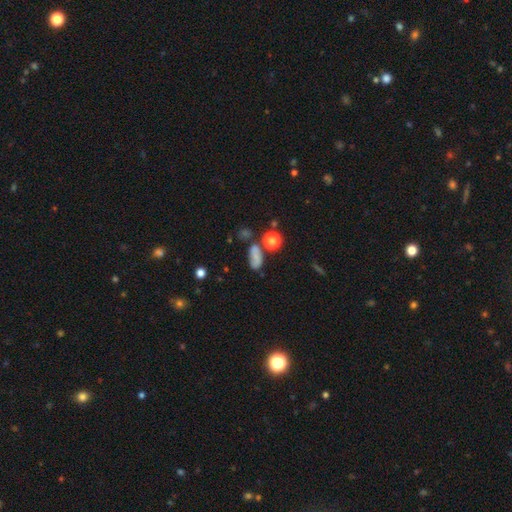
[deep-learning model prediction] A smooth galaxy with no disk features (66%) that is in between round and cigar-shaped (76%).

Vote fractions:
- Smooth or featured? smooth: 66% / featured or disk: 19% / star or artifact: 15%
- How rounded? in between: 76% / round: 16% / cigar-shaped: 8%
- Merging? none: 54% / minor disturbance: 22% / merger: 15% / major disturbance: 10%